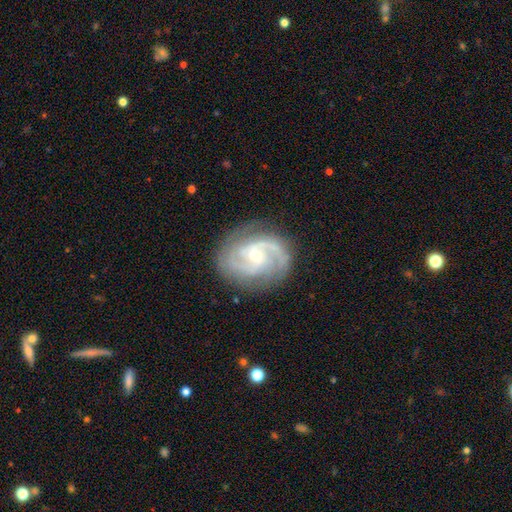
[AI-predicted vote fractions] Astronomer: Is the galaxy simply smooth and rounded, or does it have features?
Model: featured or disk — 90%.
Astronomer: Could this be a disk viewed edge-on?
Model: no — 98%.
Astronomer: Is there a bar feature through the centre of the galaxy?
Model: no — 55% (runner-up: weak, 36%).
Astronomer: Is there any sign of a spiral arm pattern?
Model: yes — 98%.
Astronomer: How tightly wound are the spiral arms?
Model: medium — 50% (runner-up: tight, 37%).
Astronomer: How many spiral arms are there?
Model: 2 — 63%.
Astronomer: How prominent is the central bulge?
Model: small — 57% (runner-up: moderate, 40%).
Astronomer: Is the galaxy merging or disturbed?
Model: none — 79%.